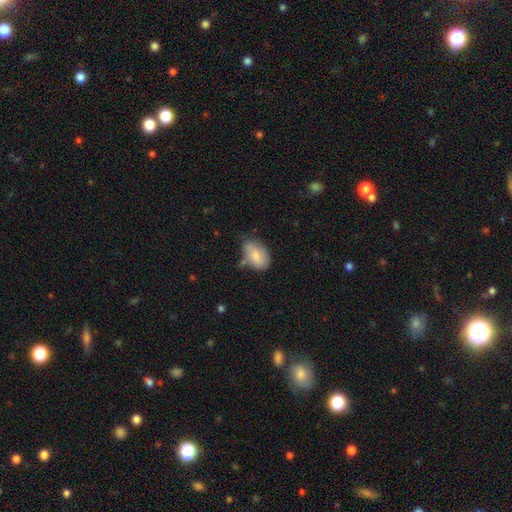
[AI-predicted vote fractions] smooth-or-featured: smooth: 77% | featured or disk: 16% | star or artifact: 7%
  how-rounded: in between: 88% | round: 11% | cigar-shaped: 1%
  merging: none: 48% | minor disturbance: 36% | major disturbance: 9% | merger: 6%